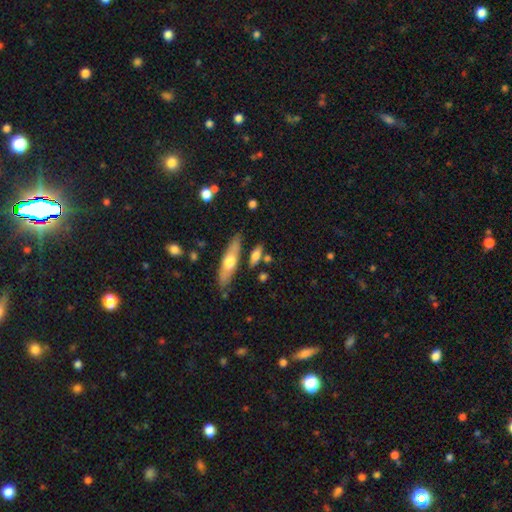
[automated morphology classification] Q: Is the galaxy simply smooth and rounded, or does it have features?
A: smooth — 62%.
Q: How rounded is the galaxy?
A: cigar-shaped — 51%.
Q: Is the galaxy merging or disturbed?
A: none — 70%.